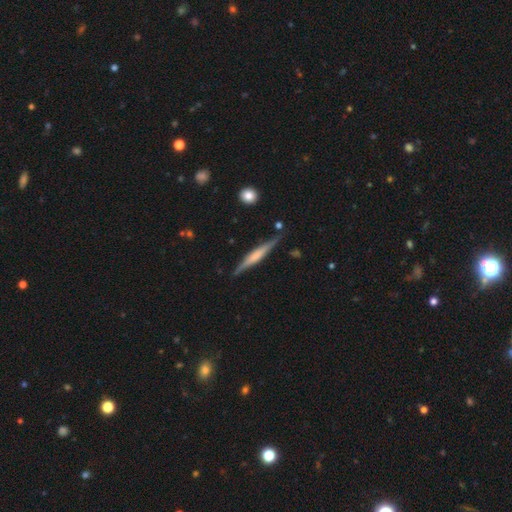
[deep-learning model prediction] The model was most divided on "edge-on bulge": boxy: 41%, rounded: 35%, none: 25%. More confident: edge-on disk — yes (97%); merging — none (85%); smooth or featured — featured or disk (64%).